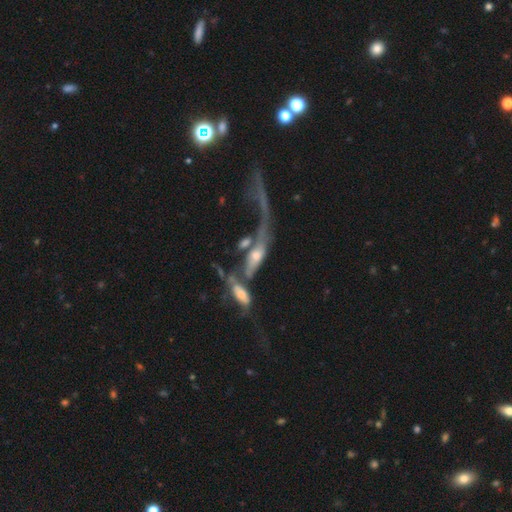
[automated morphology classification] Smooth or featured?
  - featured or disk: 60% *
  - smooth: 29%
  - star or artifact: 10%
Edge-on disk?
  - no: 67% *
  - yes: 33%
Merging?
  - merger: 57% *
  - major disturbance: 24%
  - none: 12%
  - minor disturbance: 7%